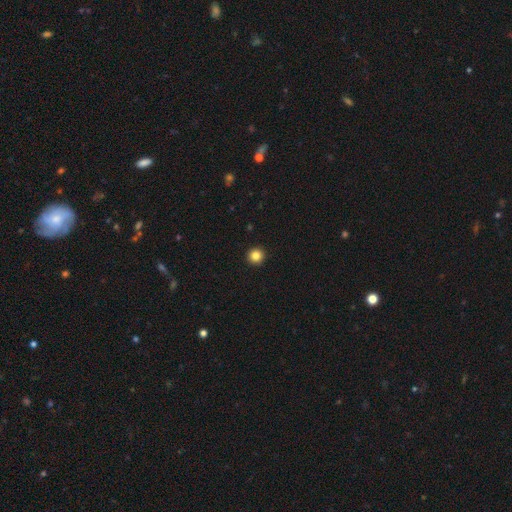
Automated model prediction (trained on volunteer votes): A smooth galaxy with no disk features (84%) that is round (96%).

Vote fractions:
- Smooth or featured? smooth: 84% / star or artifact: 11% / featured or disk: 5%
- How rounded? round: 96% / in between: 3% / cigar-shaped: 1%
- Merging? none: 94% / minor disturbance: 4% / major disturbance: 1% / merger: 1%